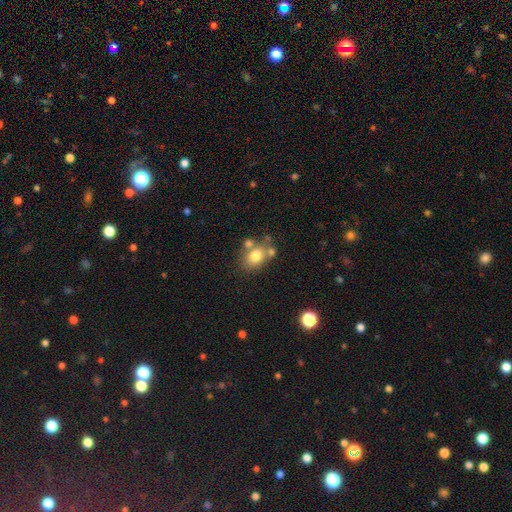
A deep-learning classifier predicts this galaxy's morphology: This appears to be a smooth galaxy with no disk features (74%) that is in between round and cigar-shaped (61%). Merging: none (56%).